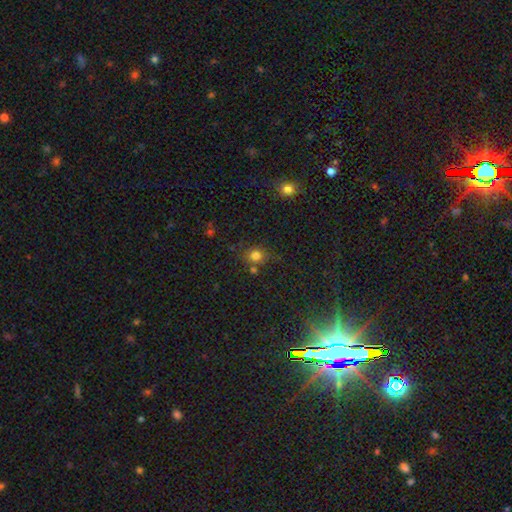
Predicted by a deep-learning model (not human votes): smooth_or_featured: smooth (p=0.75) [alt: star or artifact p=0.17]
how_rounded: round (p=0.80) [alt: in between p=0.19]
merging: none (p=0.69) [alt: minor disturbance p=0.14]